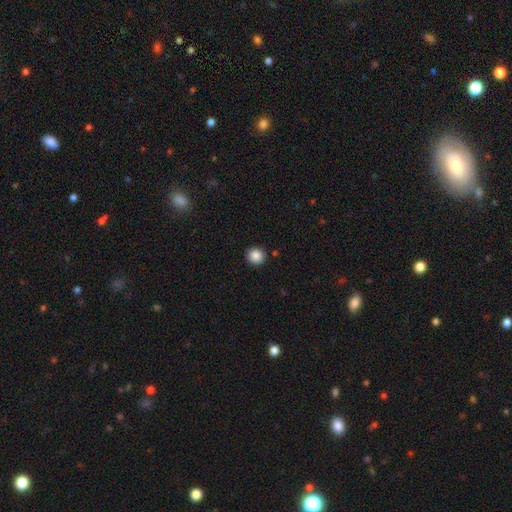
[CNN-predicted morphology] A smooth galaxy with no disk features (88%) that is round (94%).

Vote fractions:
- Smooth or featured? smooth: 88% / star or artifact: 9% / featured or disk: 3%
- How rounded? round: 94% / in between: 5% / cigar-shaped: 1%
- Merging? none: 91% / minor disturbance: 5% / major disturbance: 2% / merger: 2%